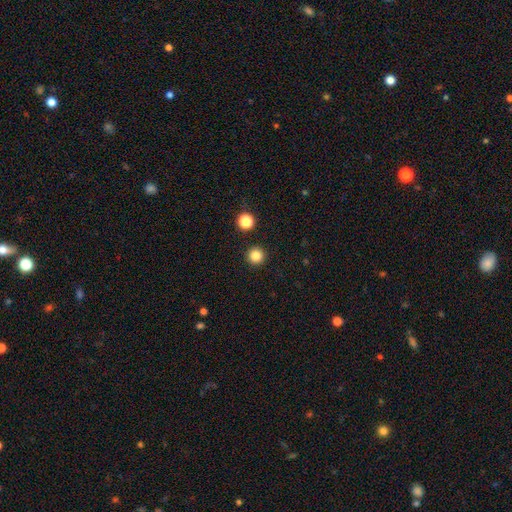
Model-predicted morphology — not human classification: Smooth or featured? smooth (84%)
How rounded? round (96%)
Merging? none (93%)